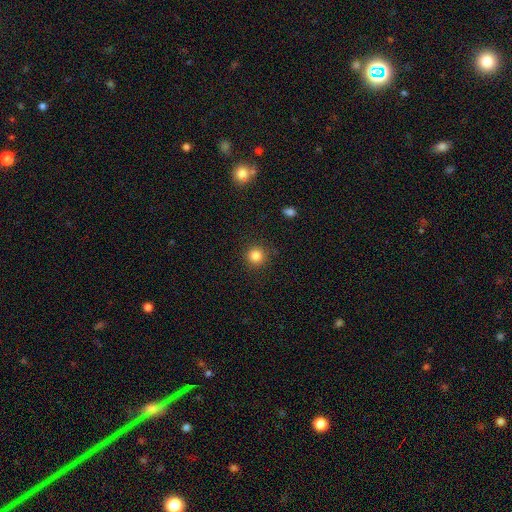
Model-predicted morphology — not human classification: Overall: smooth (84%). How rounded: round (94%). Merging: none (90%).